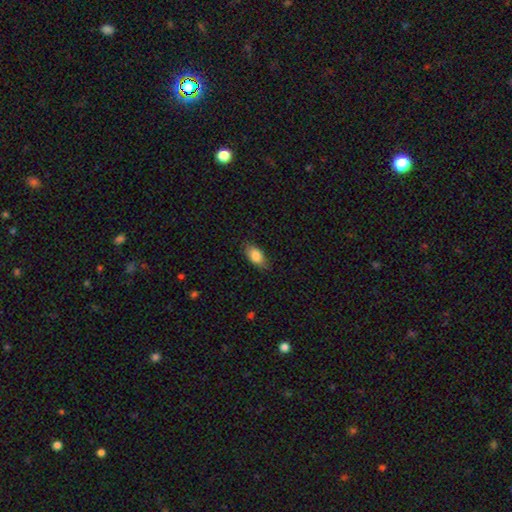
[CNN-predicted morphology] A smooth galaxy with no disk features (84%) that is in between round and cigar-shaped (89%). Merging: none (80%).